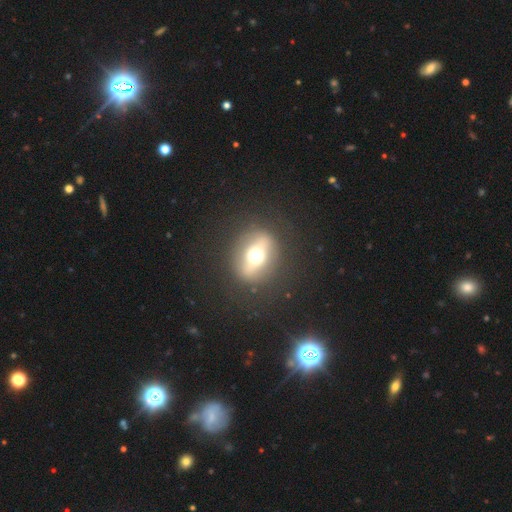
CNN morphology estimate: The model was most divided on "smooth or featured": featured or disk: 54%, smooth: 37%, star or artifact: 10%. More confident: merging — none (83%); edge-on disk — no (64%).